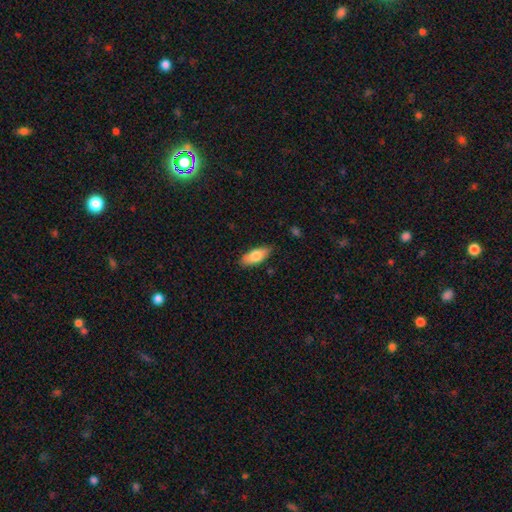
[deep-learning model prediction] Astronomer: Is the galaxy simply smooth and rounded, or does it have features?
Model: smooth — 78%.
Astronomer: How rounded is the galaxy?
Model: in between — 80%.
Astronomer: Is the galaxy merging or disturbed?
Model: none — 84%.